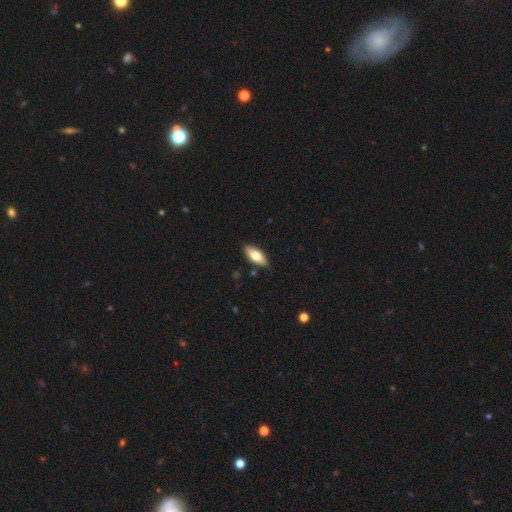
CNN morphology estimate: Smooth or featured? smooth (76%)
How rounded? in between (84%)
Merging? none (86%)